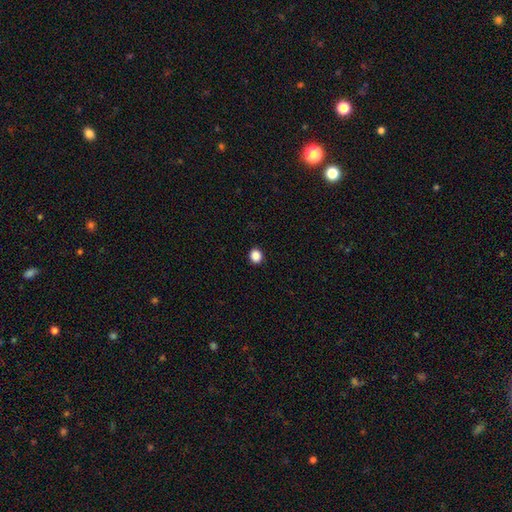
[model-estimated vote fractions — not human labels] Smooth or featured? smooth (87%)
How rounded? round (81%)
Merging? none (92%)